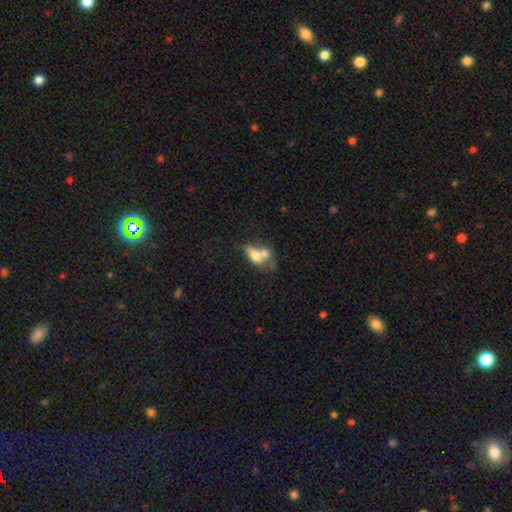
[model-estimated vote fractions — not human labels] Smooth or featured? smooth (62%)
How rounded? in between (76%)
Merging? merger (63%)